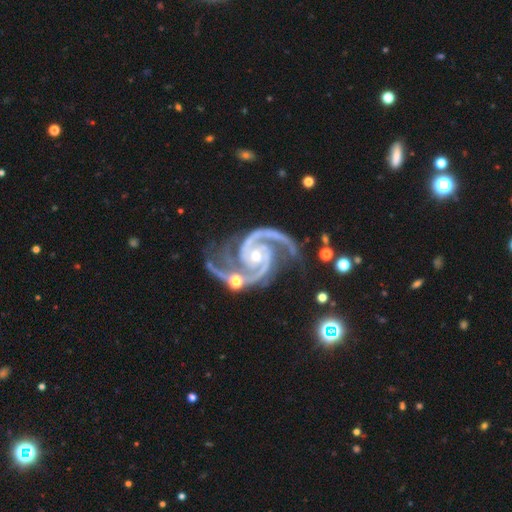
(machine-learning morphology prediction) Smooth or featured: featured or disk — 94% (star or artifact — 4%)
Edge-on disk: no — 98% (yes — 2%)
Bar: no — 64% (weak — 23%)
Spiral arms: yes — 99% (no — 1%)
Spiral winding: medium — 57% (tight — 36%)
Spiral arm count: 2 — 81% (3 — 11%)
Bulge size: small — 57% (moderate — 40%)
Merging: none — 56% (minor disturbance — 22%)